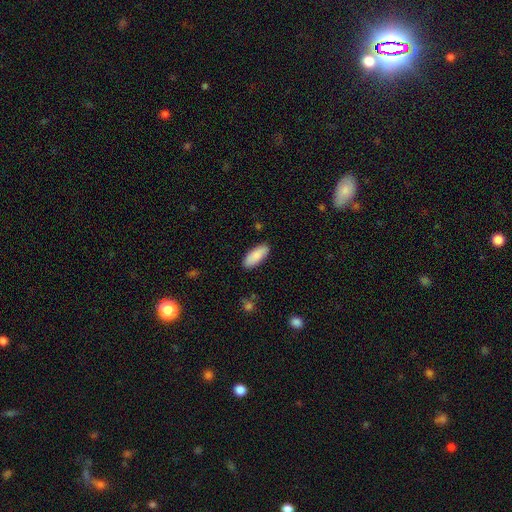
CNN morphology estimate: smooth 88%, featured or disk 7%, star or artifact 6%. Down the decision tree: how rounded — in between (82%); merging — none (87%).